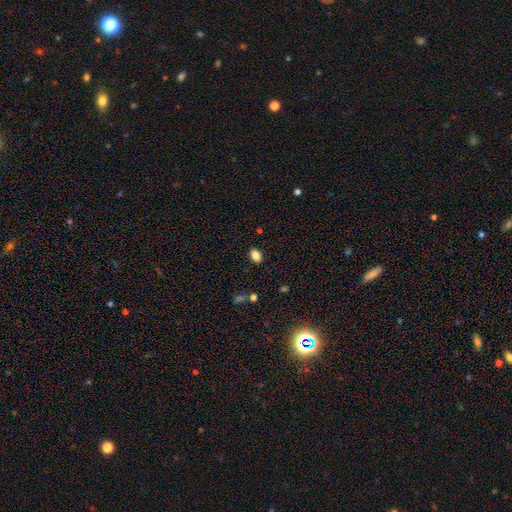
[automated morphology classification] Smooth or featured: smooth — 84% (star or artifact — 10%)
How rounded: in between — 84% (round — 14%)
Merging: none — 87% (minor disturbance — 9%)